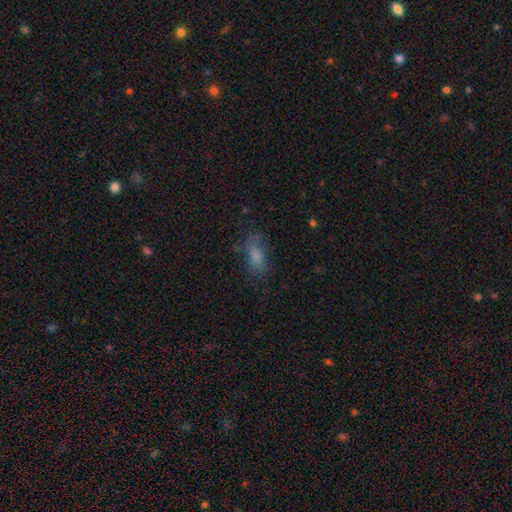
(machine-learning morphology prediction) Smooth or featured?
  - smooth: 69% *
  - star or artifact: 16%
  - featured or disk: 15%
How rounded?
  - in between: 71% *
  - cigar-shaped: 24%
  - round: 5%
Merging?
  - none: 69% *
  - minor disturbance: 20%
  - major disturbance: 9%
  - merger: 2%